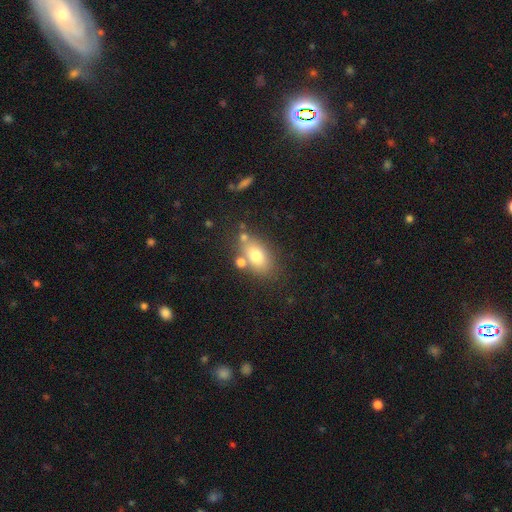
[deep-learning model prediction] Smooth or featured?
  - smooth: 75% *
  - featured or disk: 16%
  - star or artifact: 10%
How rounded?
  - in between: 84% *
  - round: 13%
  - cigar-shaped: 3%
Merging?
  - none: 65% *
  - merger: 15%
  - minor disturbance: 15%
  - major disturbance: 5%